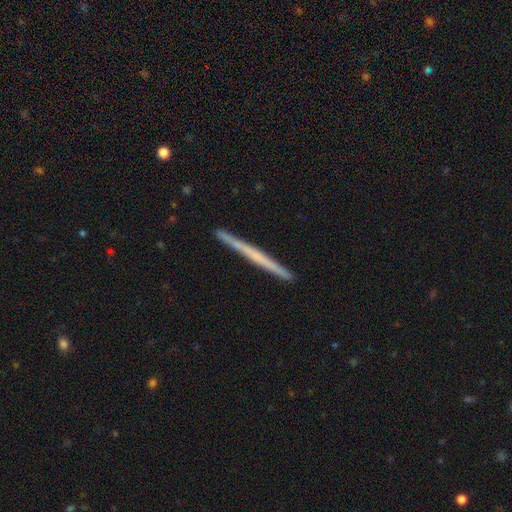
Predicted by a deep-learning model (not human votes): Overall: featured or disk (54%; smooth 41%). Edge-on disk: yes (98%). Edge-on bulge: none (86%). Merging: none (92%).